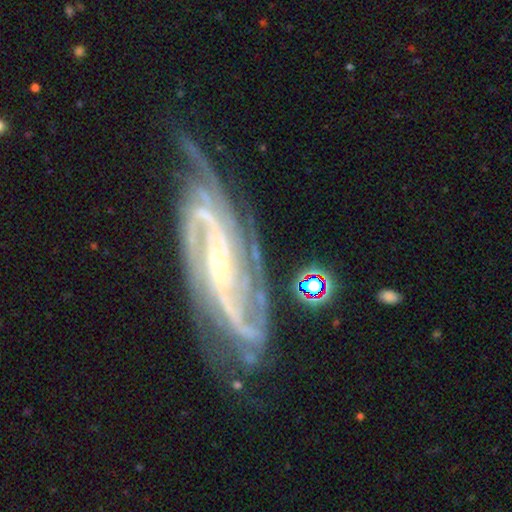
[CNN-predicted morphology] smooth-or-featured: featured or disk: 91% | star or artifact: 6% | smooth: 3%
  disk-edge-on: no: 94% | yes: 6%
    bar: no: 35% | weak: 33% | strong: 32%
    has-spiral-arms: yes: 98% | no: 2%
      spiral-winding: tight: 45% | medium: 44% | loose: 11%
      spiral-arm-count: 2: 46% | 3: 19% | can't tell: 12% | 4: 9% | more than 4: 7% | 1: 7%
    bulge-size: small: 76% | moderate: 20% | none: 2% | large: 2% | dominant: 1%
  merging: none: 65% | minor disturbance: 20% | major disturbance: 11% | merger: 3%